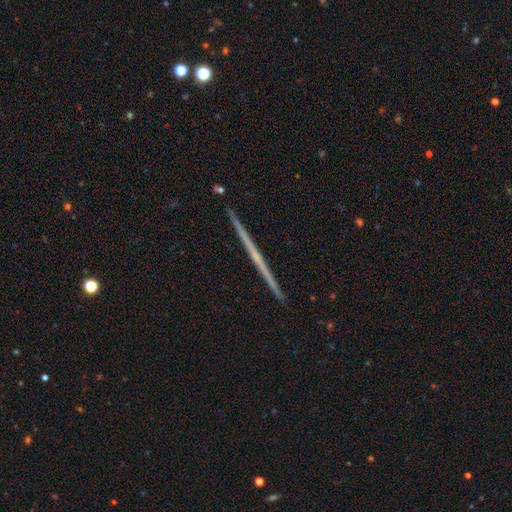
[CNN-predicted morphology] Overall: featured or disk (73%). Edge-on disk: yes (98%). Edge-on bulge: none (78%). Merging: none (93%).